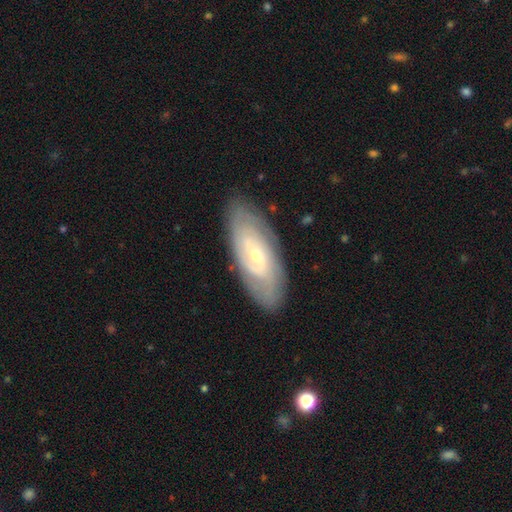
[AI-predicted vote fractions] Overall: featured or disk (76%). Edge-on disk: no (89%). Bar: no (52%; weak 38%). Spiral arms: yes (86%). Spiral arm count: can't tell (45%; 2 35%). Spiral winding: tight (62%; medium 29%). Bulge size: small (62%; moderate 35%). Merging: none (83%).